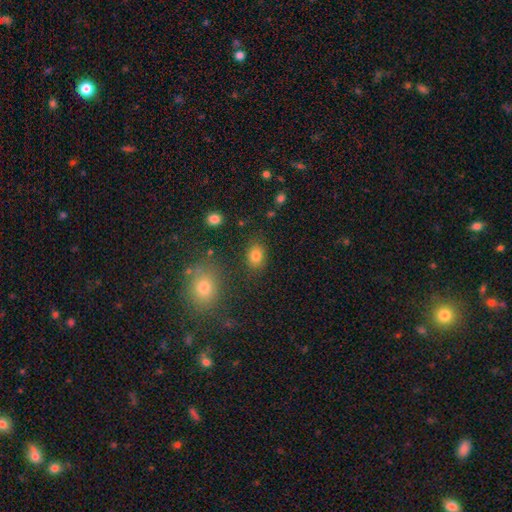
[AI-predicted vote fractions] smooth 81%, star or artifact 12%, featured or disk 7%. Down the decision tree: how rounded — in between (60%); merging — none (83%).